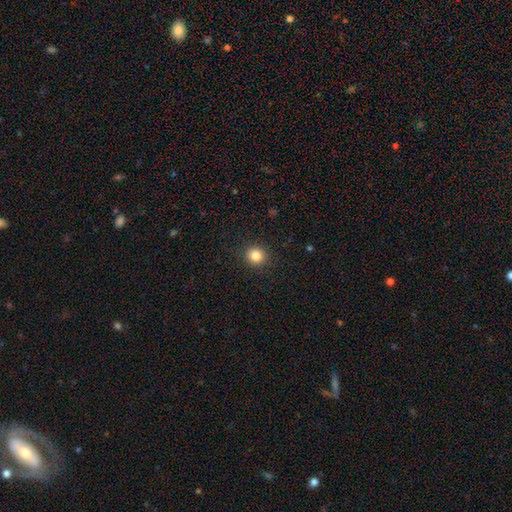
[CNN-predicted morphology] Smooth or featured? smooth (84%)
How rounded? round (88%)
Merging? none (91%)